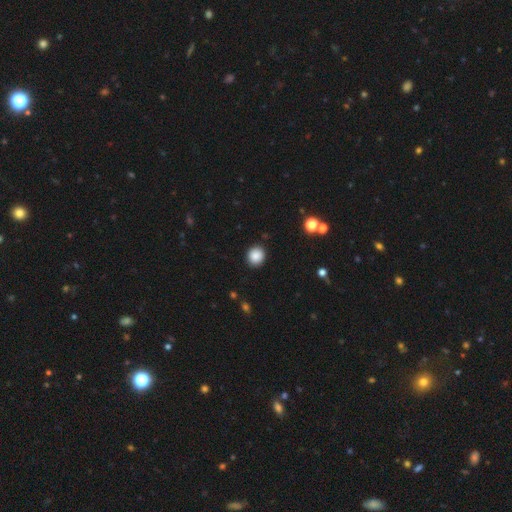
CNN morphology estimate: Q: Smooth or featured?
A: smooth (87%); runner-up: star or artifact (9%)
Q: How rounded?
A: round (82%); runner-up: in between (17%)
Q: Merging?
A: none (90%); runner-up: minor disturbance (6%)